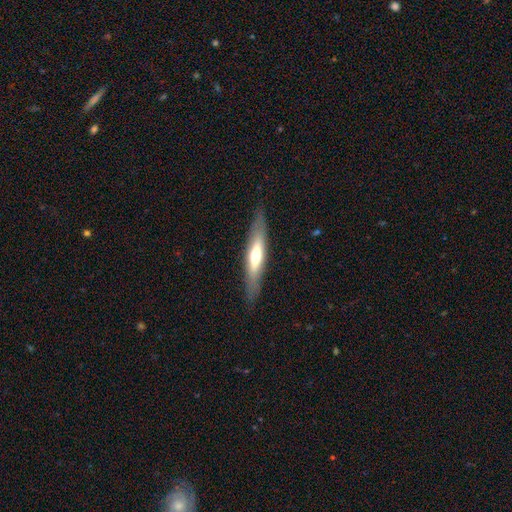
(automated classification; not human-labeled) smooth_or_featured: featured or disk (p=0.48) [alt: smooth p=0.46]
merging: none (p=0.84) [alt: minor disturbance p=0.11]